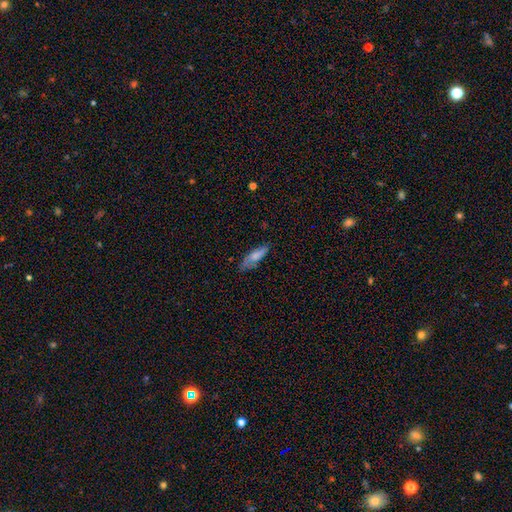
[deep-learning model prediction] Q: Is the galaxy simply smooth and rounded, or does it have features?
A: smooth — 70%.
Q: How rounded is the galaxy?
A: in between — 55%.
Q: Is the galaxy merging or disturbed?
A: none — 68%.